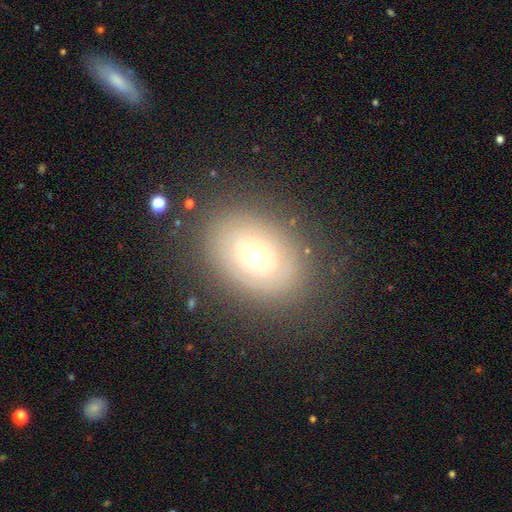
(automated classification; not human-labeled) Smooth or featured: featured or disk — 50% (smooth — 40%)
Merging: none — 80% (minor disturbance — 13%)